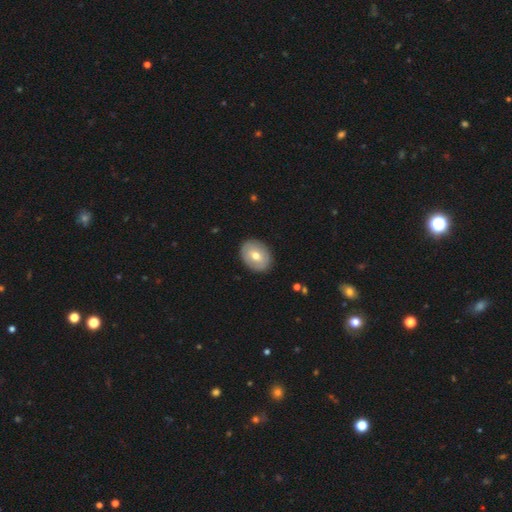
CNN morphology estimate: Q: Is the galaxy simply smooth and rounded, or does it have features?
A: smooth — 58%.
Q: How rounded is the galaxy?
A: in between — 61%.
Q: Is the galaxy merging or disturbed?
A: none — 88%.